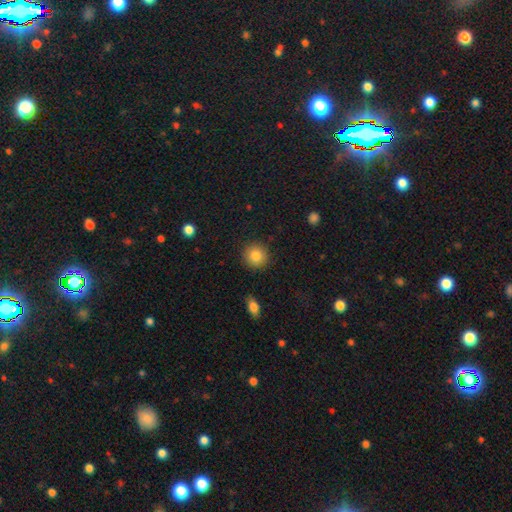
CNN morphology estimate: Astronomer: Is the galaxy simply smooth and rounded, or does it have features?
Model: smooth — 84%.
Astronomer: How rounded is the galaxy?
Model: round — 93%.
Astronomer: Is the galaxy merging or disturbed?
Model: none — 90%.